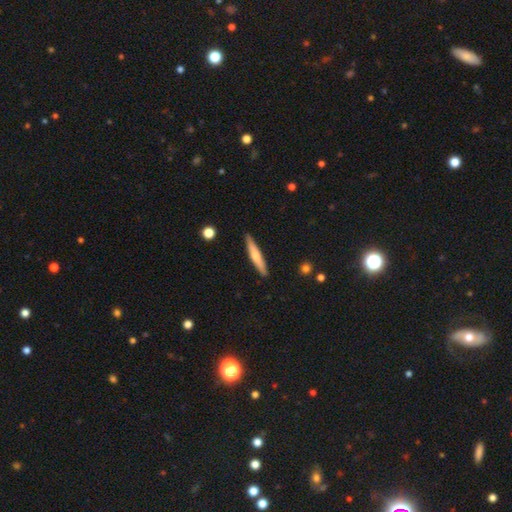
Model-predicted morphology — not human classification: Q: Smooth or featured?
A: smooth (57%); runner-up: featured or disk (37%)
Q: How rounded?
A: cigar-shaped (92%); runner-up: in between (6%)
Q: Merging?
A: none (89%); runner-up: minor disturbance (8%)